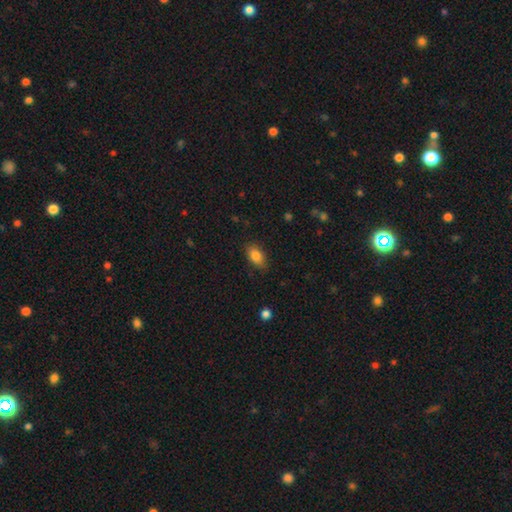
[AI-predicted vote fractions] This is clearly a smooth galaxy (84%). How rounded: clearly in between (88%). Merging: clearly none (82%).